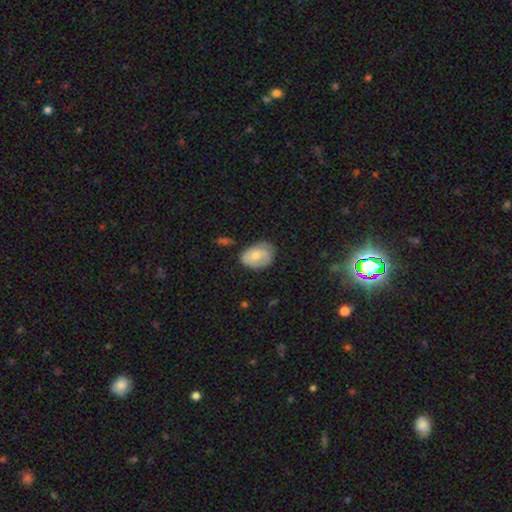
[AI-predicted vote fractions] Smooth or featured? smooth (68%)
How rounded? in between (77%)
Merging? none (60%)